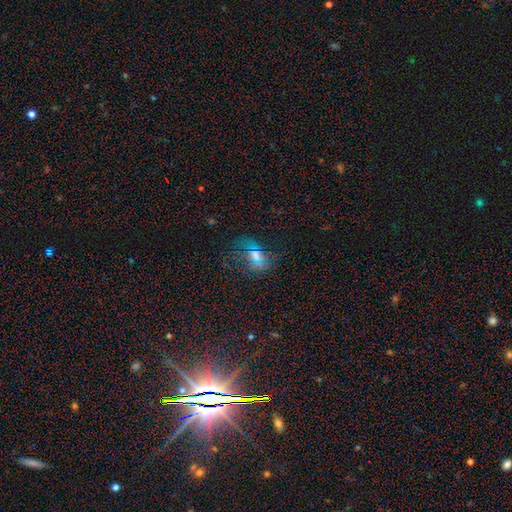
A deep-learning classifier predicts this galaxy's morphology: type=smooth (44%); merging=none (60%).